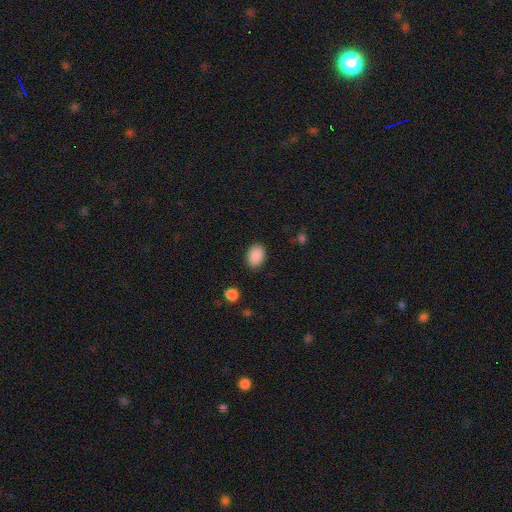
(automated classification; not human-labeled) Smooth or featured: smooth — 90% (star or artifact — 8%)
How rounded: in between — 74% (round — 25%)
Merging: none — 87% (minor disturbance — 9%)